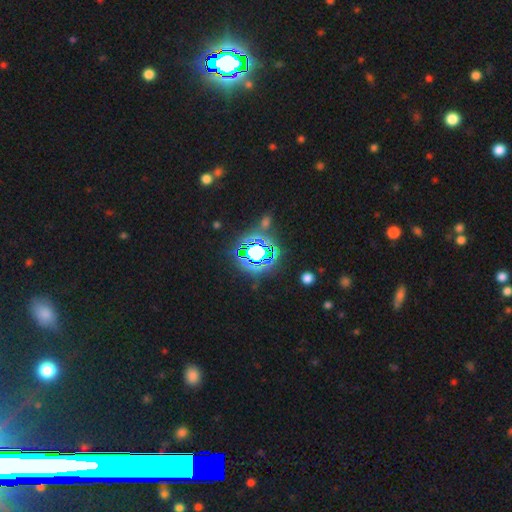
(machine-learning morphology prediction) star or artifact 78%, smooth 14%, featured or disk 8%.